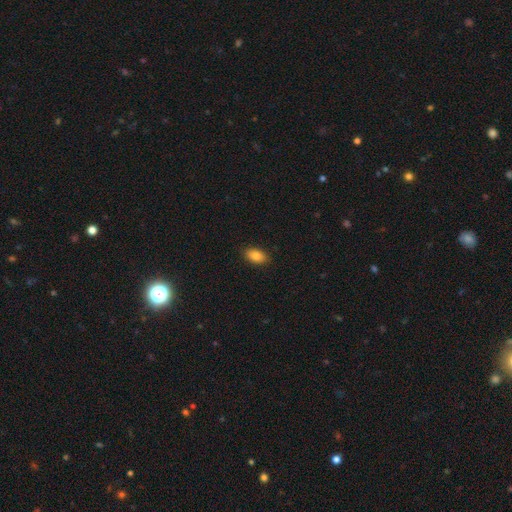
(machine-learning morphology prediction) type=smooth (85%); roundness=in between (91%); merging=none (89%).